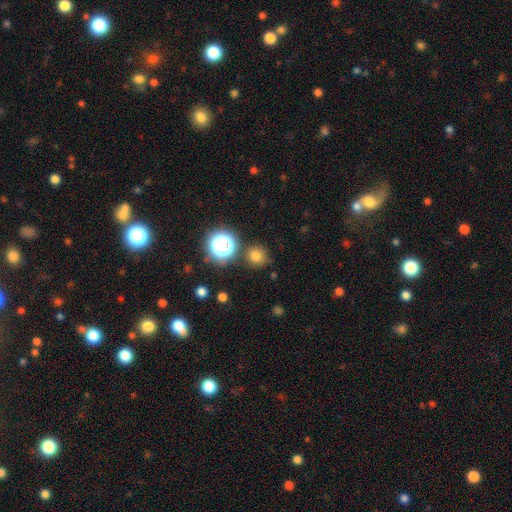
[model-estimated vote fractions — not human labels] Smooth or featured? smooth (73%)
How rounded? round (92%)
Merging? none (82%)